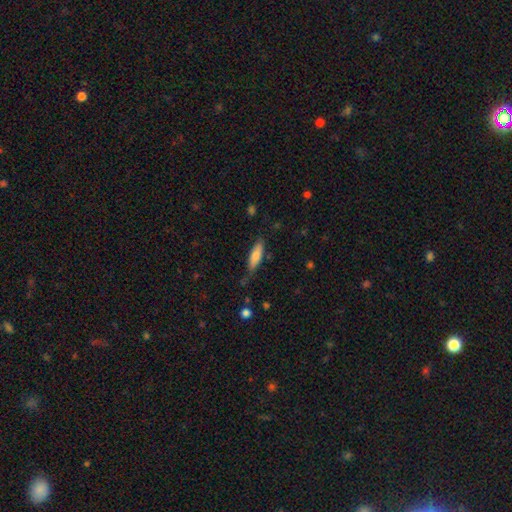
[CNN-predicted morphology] type=smooth (77%); roundness=cigar-shaped (54%); merging=none (68%).